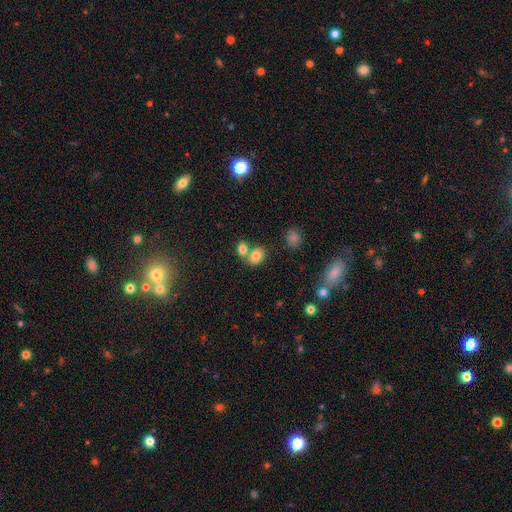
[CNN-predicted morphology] This appears to be a smooth galaxy with no disk features (80%) that is in between round and cigar-shaped (68%). Merging: merger (45%).